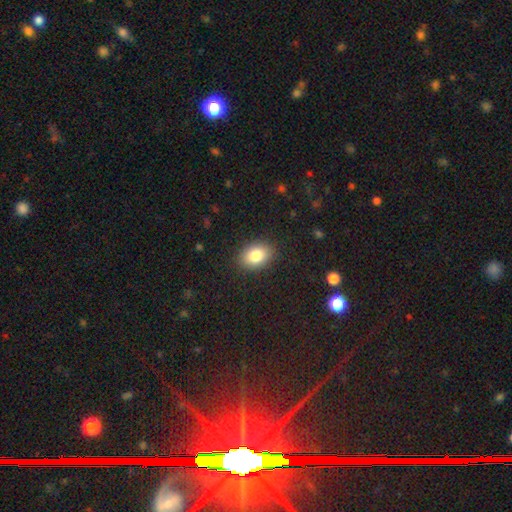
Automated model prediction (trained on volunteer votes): Q: Smooth or featured?
A: smooth (83%); runner-up: star or artifact (9%)
Q: How rounded?
A: in between (76%); runner-up: round (23%)
Q: Merging?
A: none (88%); runner-up: minor disturbance (9%)